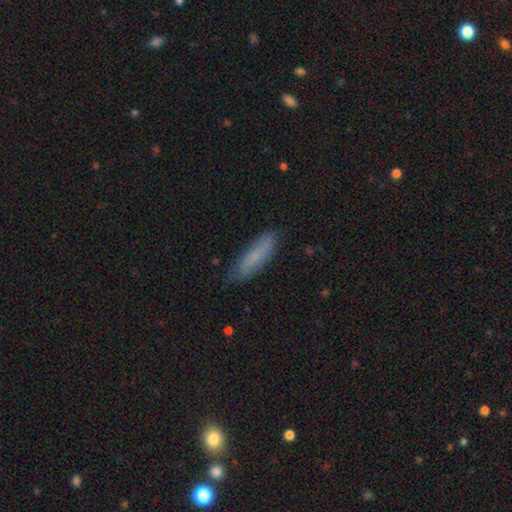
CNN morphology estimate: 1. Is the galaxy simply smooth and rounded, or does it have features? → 76% smooth, 17% featured or disk, 7% star or artifact.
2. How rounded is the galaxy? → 73% cigar-shaped, 26% in between, 1% round.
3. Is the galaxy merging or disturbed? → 82% none, 14% minor disturbance, 3% major disturbance, 1% merger.